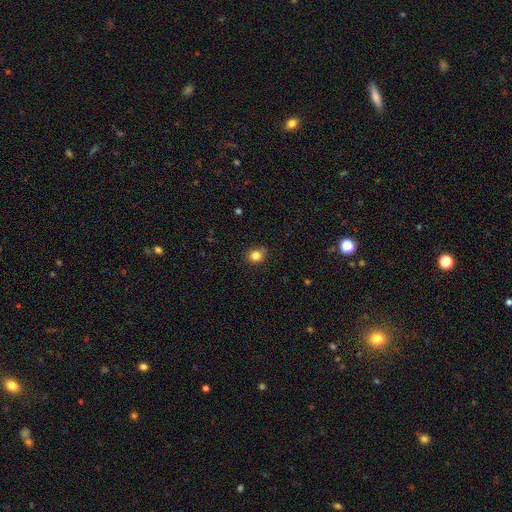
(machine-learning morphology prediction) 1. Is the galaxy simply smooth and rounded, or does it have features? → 83% smooth, 12% star or artifact, 6% featured or disk.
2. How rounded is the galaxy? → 70% round, 29% in between, 1% cigar-shaped.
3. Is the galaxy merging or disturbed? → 77% none, 18% minor disturbance, 3% major disturbance, 2% merger.